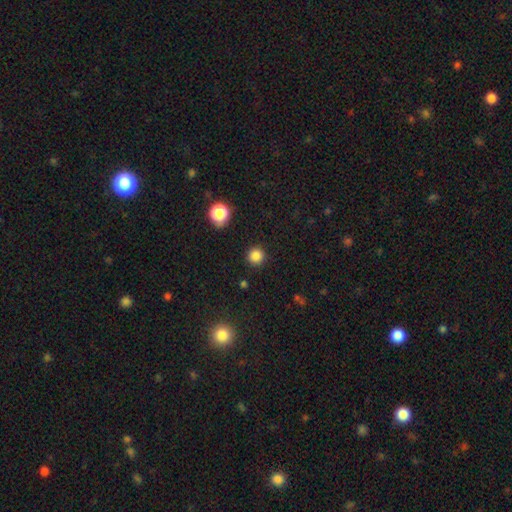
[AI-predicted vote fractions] Overall: smooth (84%). How rounded: round (95%). Merging: none (91%).